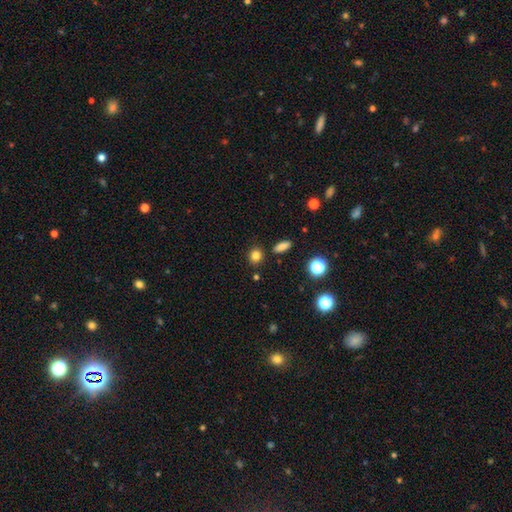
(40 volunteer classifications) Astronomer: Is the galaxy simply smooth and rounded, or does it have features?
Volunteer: smooth — 80%.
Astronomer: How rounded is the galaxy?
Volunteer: round — 97%.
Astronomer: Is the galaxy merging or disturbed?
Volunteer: none — 86%.